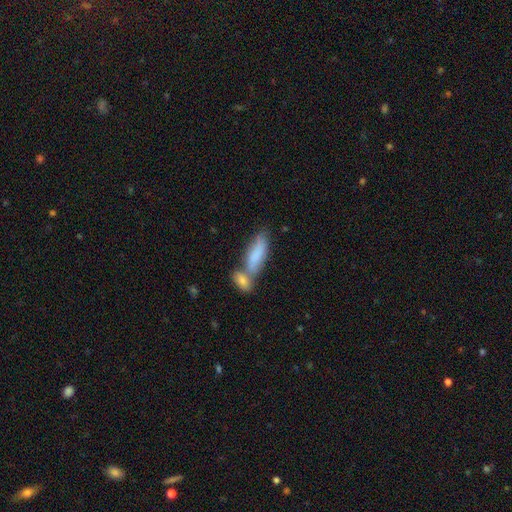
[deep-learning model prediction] Smooth or featured? Predicted: smooth (p=0.79). How rounded? Predicted: in between (p=0.60). Merging? Predicted: merger (p=0.52).